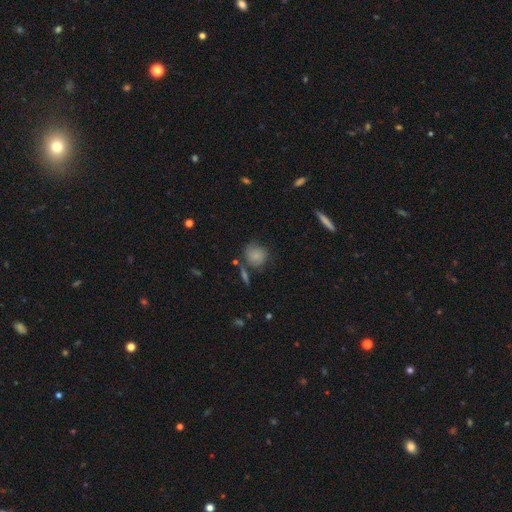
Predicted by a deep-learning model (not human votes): Smooth or featured? Predicted: smooth (p=0.79). How rounded? Predicted: round (p=0.80). Merging? Predicted: none (p=0.61).